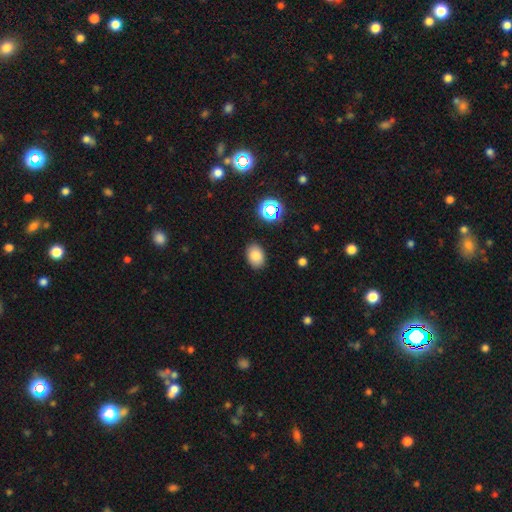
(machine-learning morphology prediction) Smooth or featured? Predicted: smooth (p=0.82). How rounded? Predicted: in between (p=0.78). Merging? Predicted: none (p=0.86).